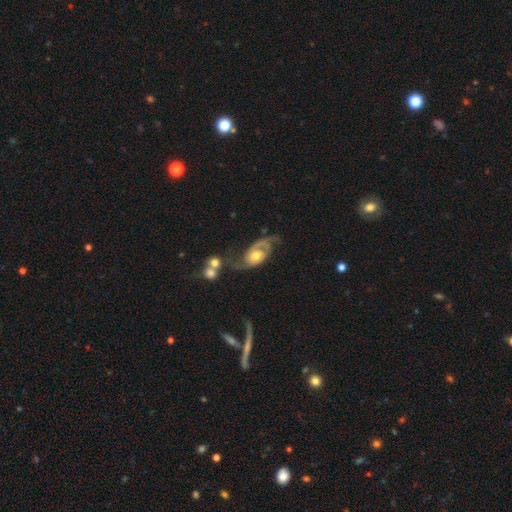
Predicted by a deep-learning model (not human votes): Smooth or featured? featured or disk (81%)
Edge-on disk? no (96%)
Bar? no (73%)
Spiral arms? yes (92%)
Spiral winding? medium (41%)
Spiral arm count? 2 (77%)
Bulge size? moderate (72%)
Merging? none (40%)